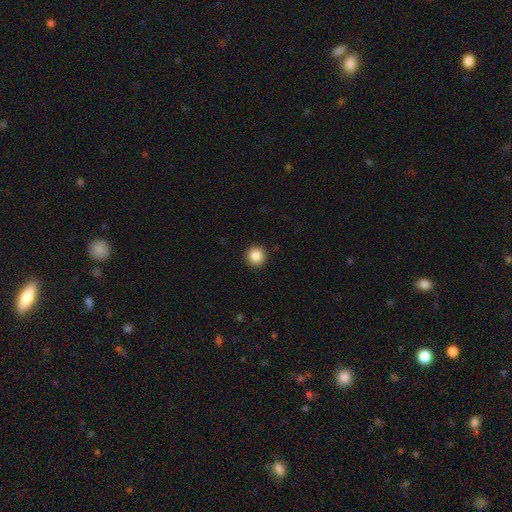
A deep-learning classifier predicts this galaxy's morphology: A smooth galaxy with no disk features (87%) that is round (95%).

Vote fractions:
- Smooth or featured? smooth: 87% / star or artifact: 9% / featured or disk: 4%
- How rounded? round: 95% / in between: 4% / cigar-shaped: 1%
- Merging? none: 93% / minor disturbance: 5% / major disturbance: 2% / merger: 1%